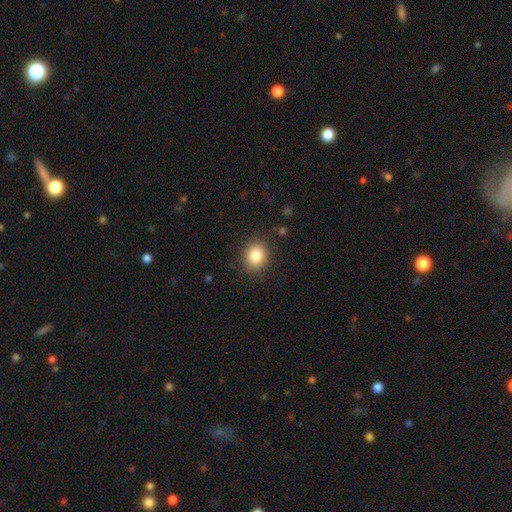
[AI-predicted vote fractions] Smooth or featured?
  - smooth: 84% *
  - star or artifact: 10%
  - featured or disk: 6%
How rounded?
  - round: 67% *
  - in between: 32%
  - cigar-shaped: 1%
Merging?
  - none: 87% *
  - minor disturbance: 9%
  - major disturbance: 3%
  - merger: 1%